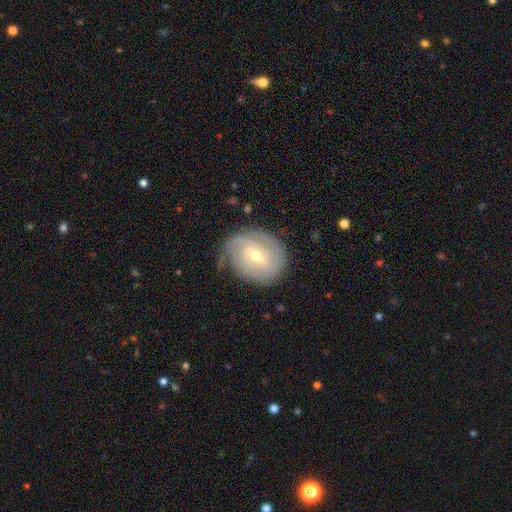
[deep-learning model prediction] Smooth or featured?
  - featured or disk: 83% *
  - smooth: 12%
  - star or artifact: 6%
Edge-on disk?
  - no: 97% *
  - yes: 3%
Bar?
  - weak: 54% *
  - no: 31%
  - strong: 15%
Spiral arms?
  - yes: 94% *
  - no: 6%
Spiral winding?
  - tight: 76% *
  - medium: 19%
  - loose: 5%
Spiral arm count?
  - can't tell: 35% *
  - 2: 28%
  - 3: 18%
  - 4: 8%
  - 1: 5%
  - more than 4: 5%
Bulge size?
  - moderate: 50% *
  - small: 47%
  - large: 2%
  - none: 1%
  - dominant: 1%
Merging?
  - none: 74% *
  - minor disturbance: 19%
  - major disturbance: 6%
  - merger: 1%